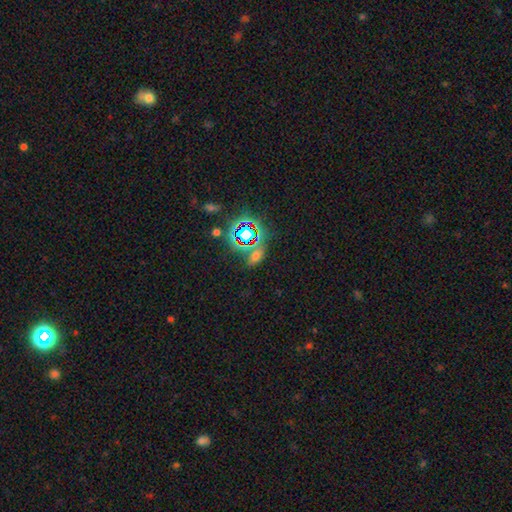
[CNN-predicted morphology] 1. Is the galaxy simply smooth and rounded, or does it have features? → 46% smooth, 44% star or artifact, 10% featured or disk.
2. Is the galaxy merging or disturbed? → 66% none, 15% minor disturbance, 12% merger, 8% major disturbance.